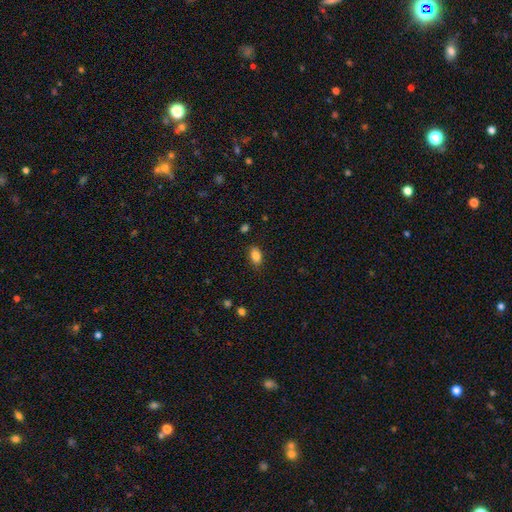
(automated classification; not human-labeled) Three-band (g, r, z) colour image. It shows a smooth galaxy with no disk features (86%) that is in between round and cigar-shaped (89%). Merging: none (84%).